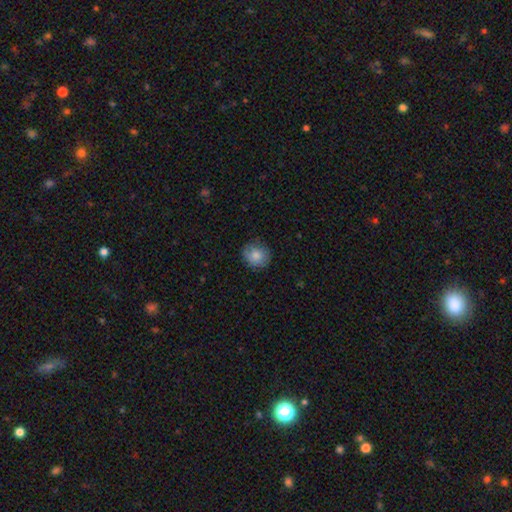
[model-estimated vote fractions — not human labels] Smooth or featured: smooth — 81% (featured or disk — 12%)
How rounded: round — 80% (in between — 19%)
Merging: none — 79% (minor disturbance — 17%)